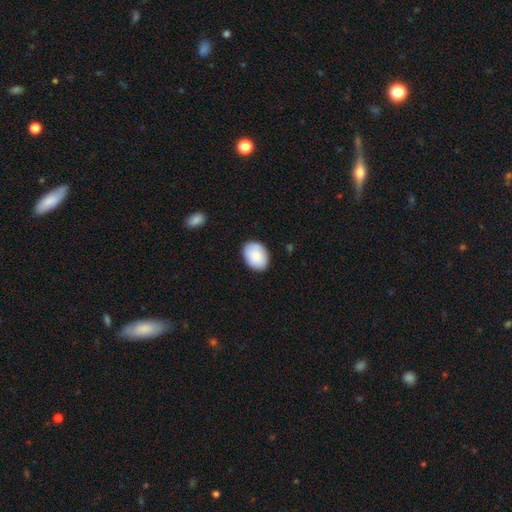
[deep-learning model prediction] Morphology: type=smooth (86%); roundness=in between (77%); merging=none (85%).